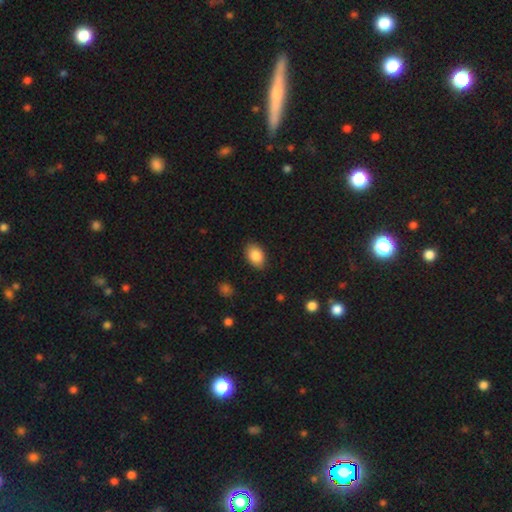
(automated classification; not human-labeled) The model was most divided on "how rounded": in between: 84%, round: 15%, cigar-shaped: 1%. More confident: merging — none (87%); smooth or featured — smooth (86%).